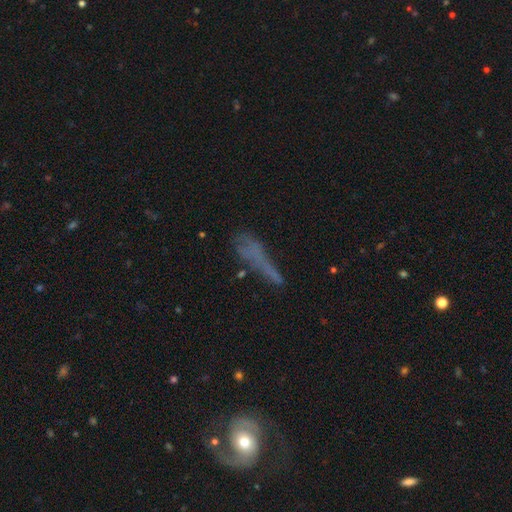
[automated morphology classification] smooth-or-featured: smooth: 49% | featured or disk: 31% | star or artifact: 20%
  merging: none: 44% | major disturbance: 24% | minor disturbance: 23% | merger: 9%